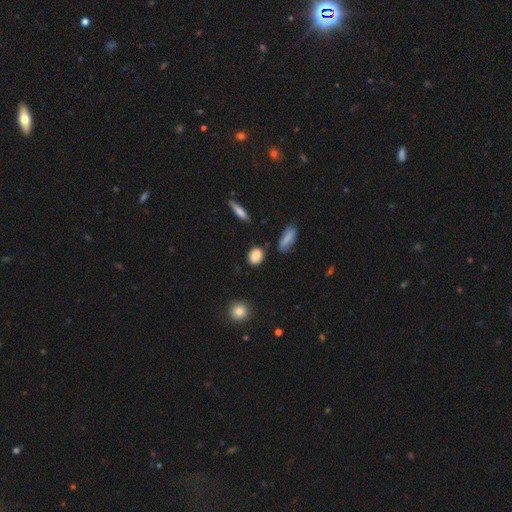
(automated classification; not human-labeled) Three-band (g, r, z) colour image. It shows a smooth galaxy with no disk features (84%) that is in between round and cigar-shaped (49%). Merging: none (83%).